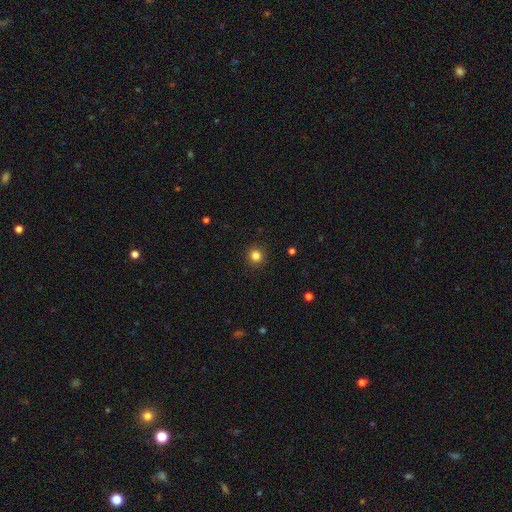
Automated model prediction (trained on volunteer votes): Smooth or featured? smooth (83%)
How rounded? round (94%)
Merging? none (93%)